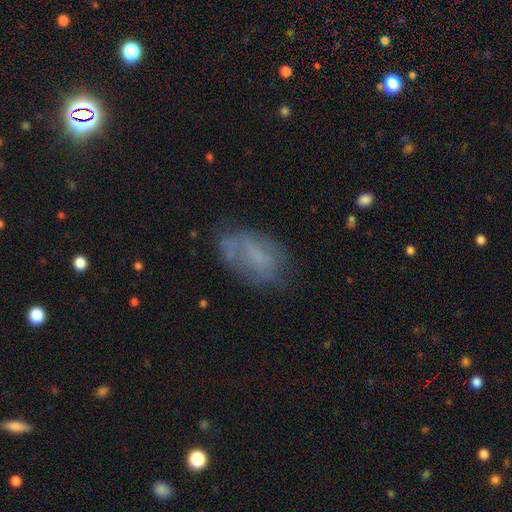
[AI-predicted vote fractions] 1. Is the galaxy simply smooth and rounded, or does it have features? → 52% smooth, 37% featured or disk, 11% star or artifact.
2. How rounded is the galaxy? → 90% in between, 7% round, 3% cigar-shaped.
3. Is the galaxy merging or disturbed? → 53% none, 27% minor disturbance, 16% major disturbance, 3% merger.